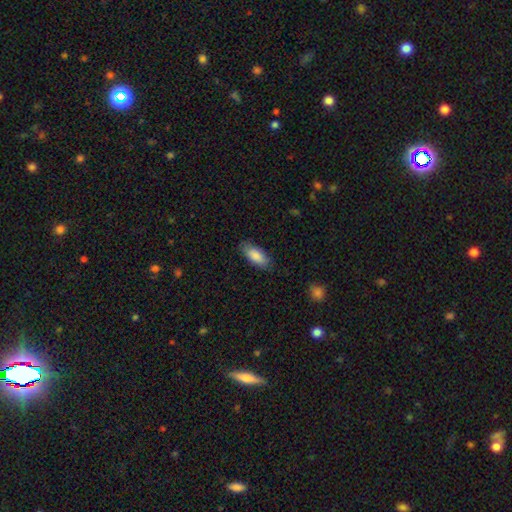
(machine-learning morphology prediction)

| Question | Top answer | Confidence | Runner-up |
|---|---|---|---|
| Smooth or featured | smooth | 87% | featured or disk (8%) |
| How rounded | in between | 83% | cigar-shaped (15%) |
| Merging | none | 84% | minor disturbance (12%) |